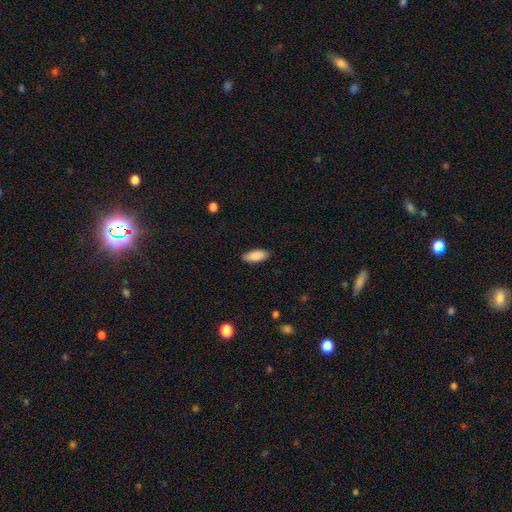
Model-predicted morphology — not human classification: This is clearly a smooth galaxy (89%). How rounded: clearly in between (85%). Merging: clearly none (88%).